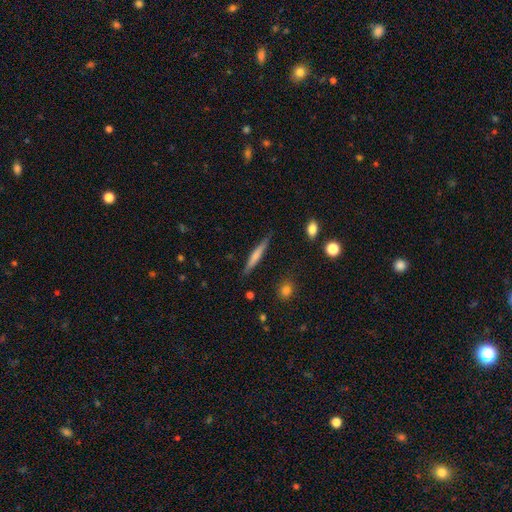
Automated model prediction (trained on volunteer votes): The model was most divided on "smooth or featured": smooth: 58%, featured or disk: 36%, star or artifact: 6%. More confident: how rounded — cigar-shaped (93%); merging — none (85%).